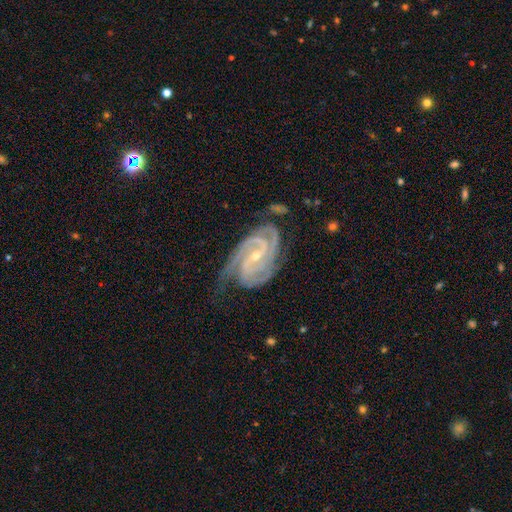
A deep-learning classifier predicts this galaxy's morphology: smooth_or_featured: featured or disk (p=0.93) [alt: star or artifact p=0.04]
disk_edge_on: no (p=0.97) [alt: yes p=0.03]
bar: weak (p=0.43) [alt: strong p=0.30]
has_spiral_arms: yes (p=0.99) [alt: no p=0.01]
spiral_winding: tight (p=0.66) [alt: medium p=0.30]
spiral_arm_count: 3 (p=0.41) [alt: 2 p=0.25]
bulge_size: small (p=0.68) [alt: moderate p=0.29]
merging: none (p=0.65) [alt: minor disturbance p=0.24]